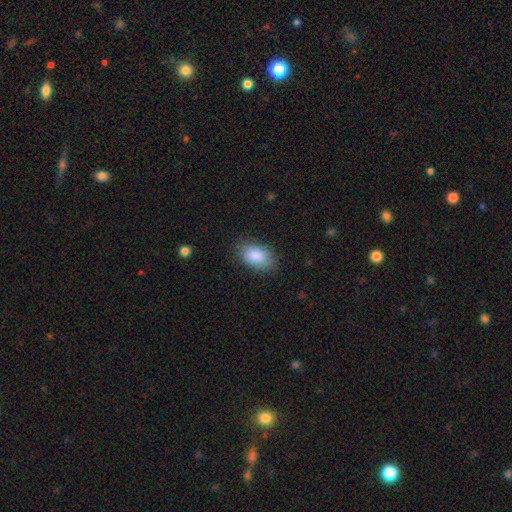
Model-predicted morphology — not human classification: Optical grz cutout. It shows a smooth galaxy with no disk features (88%) that is in between round and cigar-shaped (91%). Merging: none (82%).